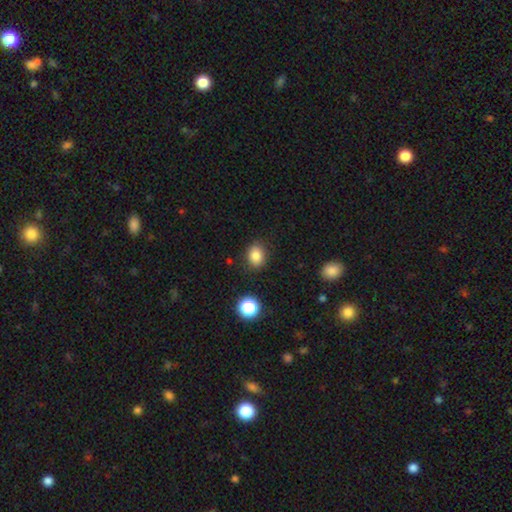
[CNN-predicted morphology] Smooth or featured? smooth (83%)
How rounded? in between (54%)
Merging? none (84%)